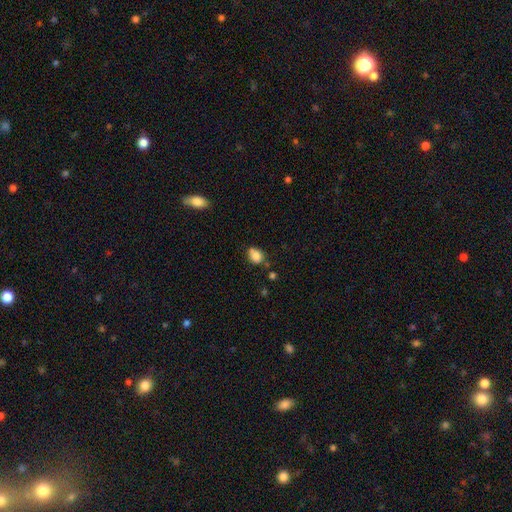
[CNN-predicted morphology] smooth 83%, star or artifact 10%, featured or disk 7%. Down the decision tree: how rounded — in between (53%); merging — none (58%).